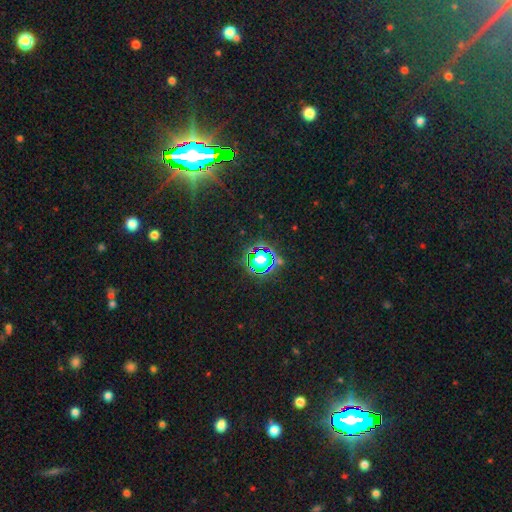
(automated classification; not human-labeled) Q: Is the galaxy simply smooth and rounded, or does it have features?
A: star or artifact — 59%.